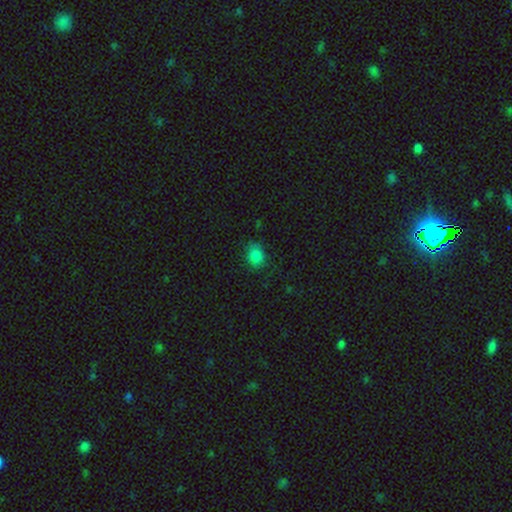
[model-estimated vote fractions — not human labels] Smooth or featured? Predicted: smooth (p=0.84). How rounded? Predicted: round (p=0.51). Merging? Predicted: none (p=0.76).